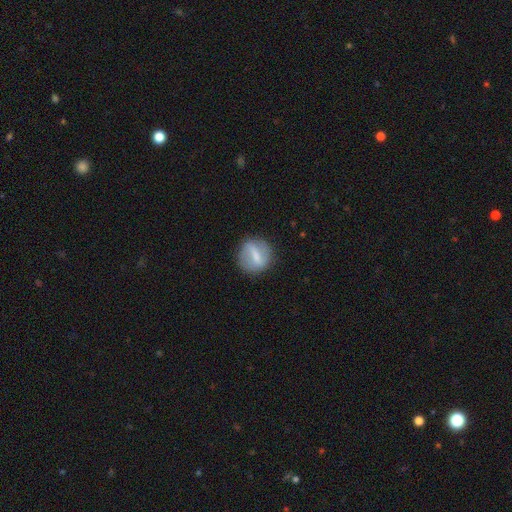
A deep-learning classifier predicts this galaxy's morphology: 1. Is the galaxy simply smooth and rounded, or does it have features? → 55% featured or disk, 38% smooth, 7% star or artifact.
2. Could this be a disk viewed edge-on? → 93% no, 7% yes.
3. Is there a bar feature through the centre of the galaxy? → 54% strong, 36% weak, 10% no.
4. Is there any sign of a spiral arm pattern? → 50% yes (tied), 50% no (tied).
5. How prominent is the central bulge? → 41% small, 29% moderate, 25% none, 4% large, 1% dominant.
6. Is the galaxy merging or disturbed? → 79% none, 14% minor disturbance, 5% major disturbance, 1% merger.